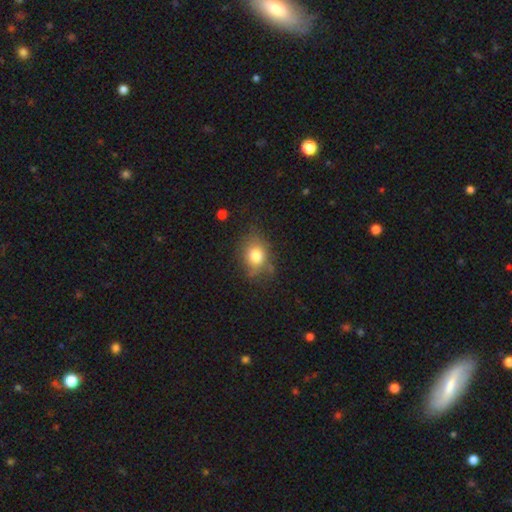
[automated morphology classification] Smooth or featured?
  - smooth: 77% *
  - featured or disk: 13%
  - star or artifact: 10%
How rounded?
  - in between: 56% *
  - round: 42%
  - cigar-shaped: 1%
Merging?
  - none: 65% *
  - minor disturbance: 24%
  - major disturbance: 8%
  - merger: 2%